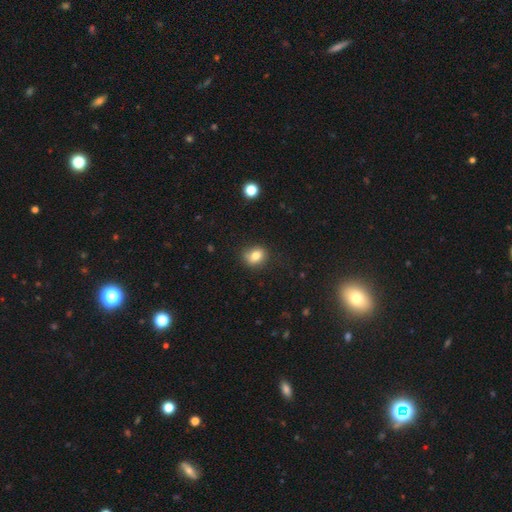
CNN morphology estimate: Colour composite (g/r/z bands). It shows a smooth galaxy with no disk features (79%) that is round (59%). Merging: none (74%).